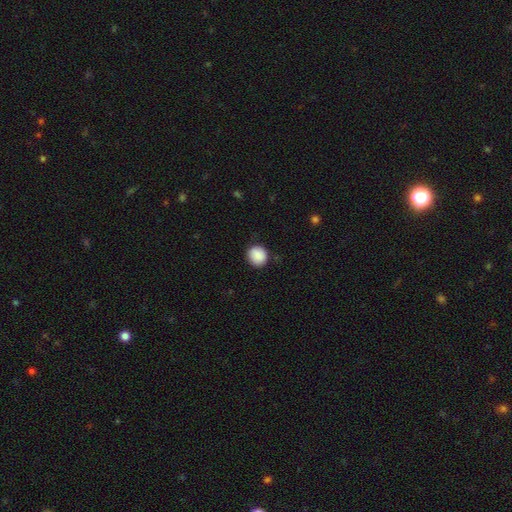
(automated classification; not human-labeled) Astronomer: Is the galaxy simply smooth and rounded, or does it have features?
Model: smooth — 89%.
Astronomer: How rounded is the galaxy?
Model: round — 88%.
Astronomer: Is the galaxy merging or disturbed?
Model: none — 87%.